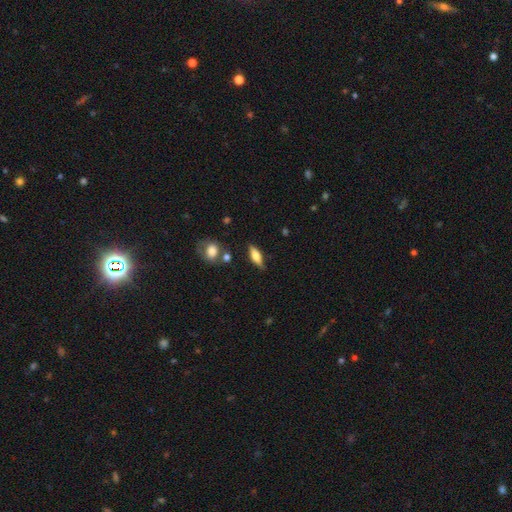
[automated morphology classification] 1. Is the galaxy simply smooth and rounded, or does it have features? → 57% smooth, 35% featured or disk, 7% star or artifact.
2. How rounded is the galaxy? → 59% in between, 37% cigar-shaped, 4% round.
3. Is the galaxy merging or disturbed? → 78% none, 14% minor disturbance, 4% merger, 4% major disturbance.